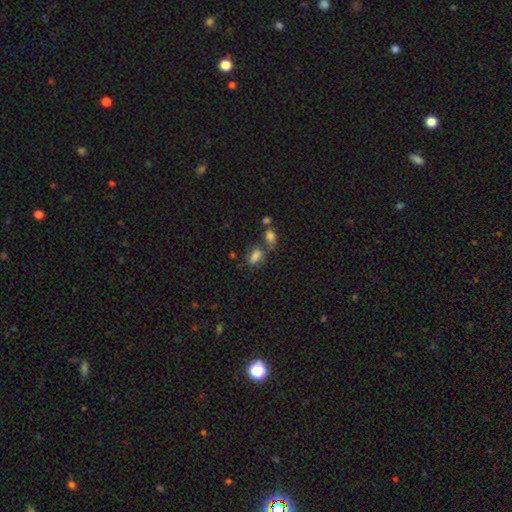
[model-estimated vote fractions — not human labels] Morphology: type=smooth (77%); roundness=in between (86%); merging=none (43%).